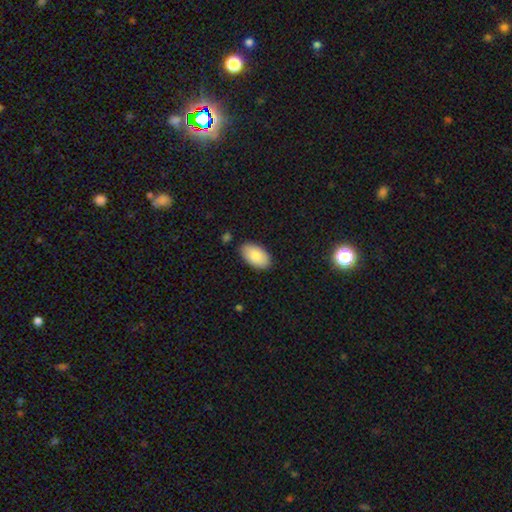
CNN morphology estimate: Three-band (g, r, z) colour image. It shows a smooth galaxy with no disk features (86%) that is in between round and cigar-shaped (96%). Merging: none (86%).